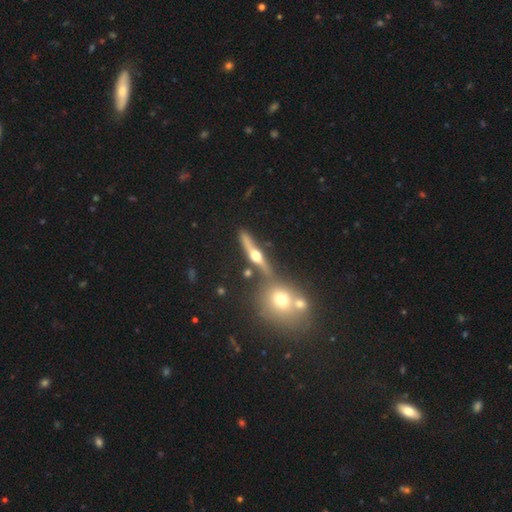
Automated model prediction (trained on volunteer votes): Morphology: type=featured or disk (75%); edge-on=yes (91%); edge-on bulge=rounded (96%); merging=none (71%).